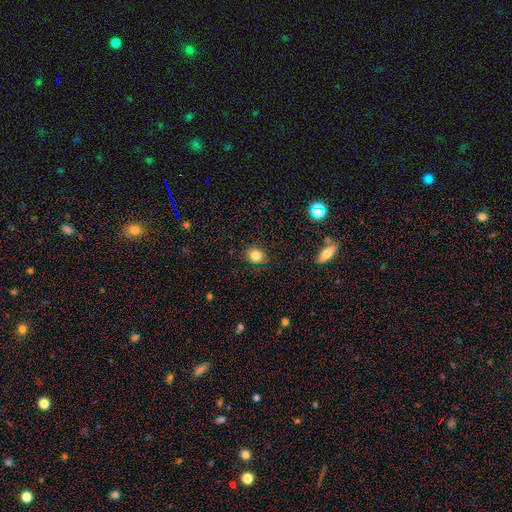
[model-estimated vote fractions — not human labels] Q: Smooth or featured?
A: smooth (84%); runner-up: star or artifact (10%)
Q: How rounded?
A: round (62%); runner-up: in between (37%)
Q: Merging?
A: none (87%); runner-up: minor disturbance (9%)